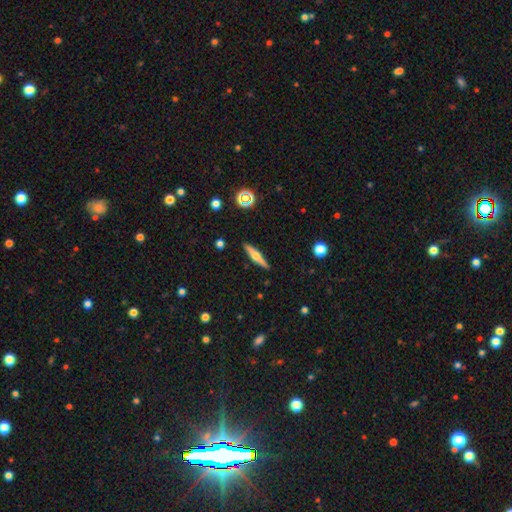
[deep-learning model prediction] Smooth or featured? featured or disk (58%)
Edge-on disk? yes (96%)
Edge-on bulge? rounded (88%)
Merging? none (90%)